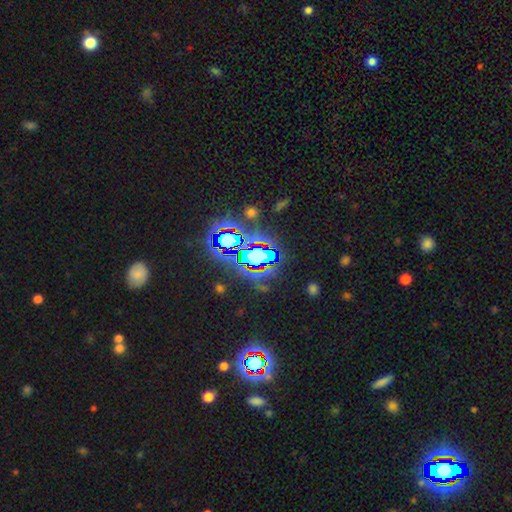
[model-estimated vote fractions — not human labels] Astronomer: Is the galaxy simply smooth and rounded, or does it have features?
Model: star or artifact — 73%.